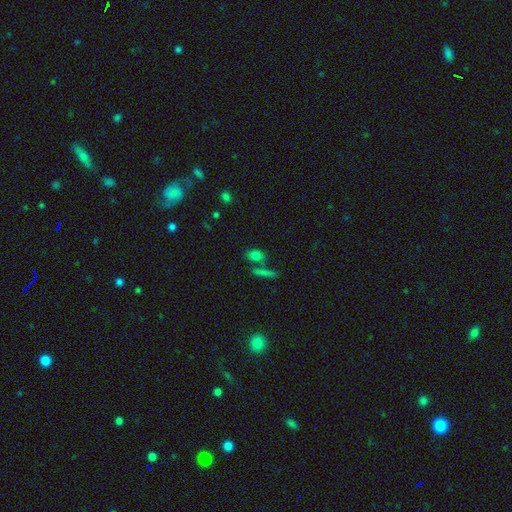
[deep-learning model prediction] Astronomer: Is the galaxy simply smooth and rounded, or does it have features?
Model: smooth — 72%.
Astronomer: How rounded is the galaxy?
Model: in between — 49% (runner-up: round, 41%).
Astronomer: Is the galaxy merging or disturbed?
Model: none — 59%.